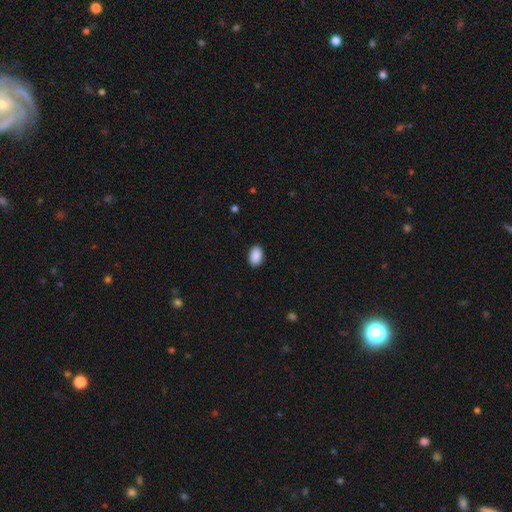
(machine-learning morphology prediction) Q: Smooth or featured?
A: smooth (91%); runner-up: star or artifact (7%)
Q: How rounded?
A: in between (87%); runner-up: round (12%)
Q: Merging?
A: none (90%); runner-up: minor disturbance (7%)